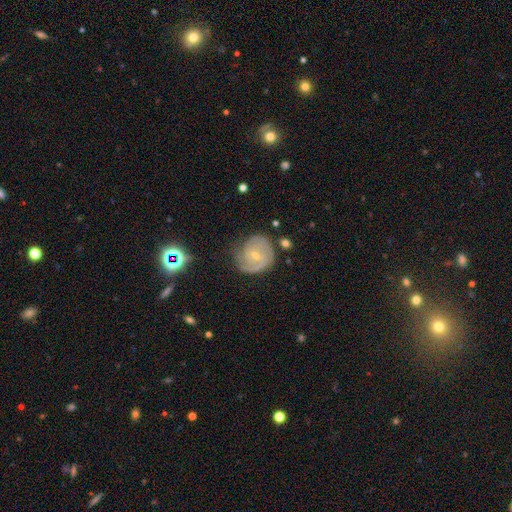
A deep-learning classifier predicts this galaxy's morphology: smooth_or_featured: featured or disk (p=0.82) [alt: smooth p=0.12]
disk_edge_on: no (p=0.98) [alt: yes p=0.02]
bar: no (p=0.58) [alt: weak p=0.35]
has_spiral_arms: yes (p=0.95) [alt: no p=0.05]
spiral_winding: tight (p=0.66) [alt: medium p=0.27]
spiral_arm_count: 2 (p=0.41) [alt: can't tell p=0.23]
bulge_size: small (p=0.68) [alt: moderate p=0.29]
merging: none (p=0.66) [alt: minor disturbance p=0.22]